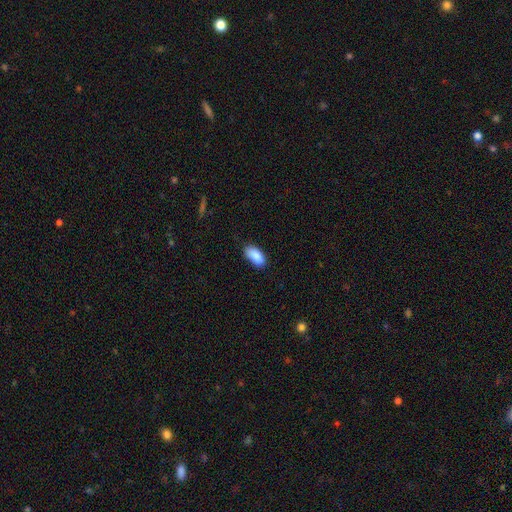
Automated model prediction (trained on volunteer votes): Overall: smooth (89%). How rounded: in between (92%). Merging: none (80%).